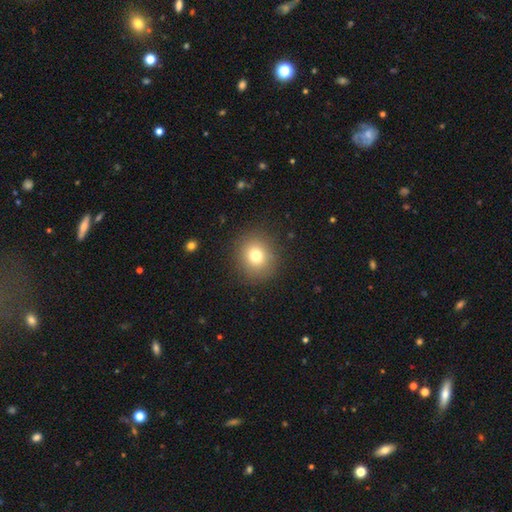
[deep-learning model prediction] smooth-or-featured: smooth: 77% | star or artifact: 13% | featured or disk: 11%
  how-rounded: round: 83% | in between: 16% | cigar-shaped: 1%
  merging: none: 88% | minor disturbance: 8% | major disturbance: 3% | merger: 1%